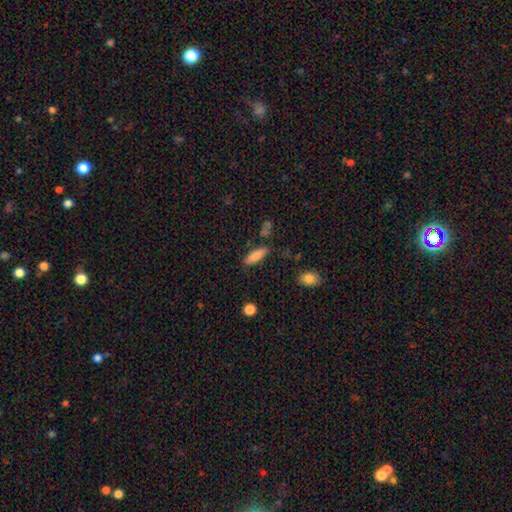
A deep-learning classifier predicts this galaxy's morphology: A smooth galaxy with no disk features (84%) that is in between round and cigar-shaped (49%, tied with cigar-shaped). Merging: none (80%).